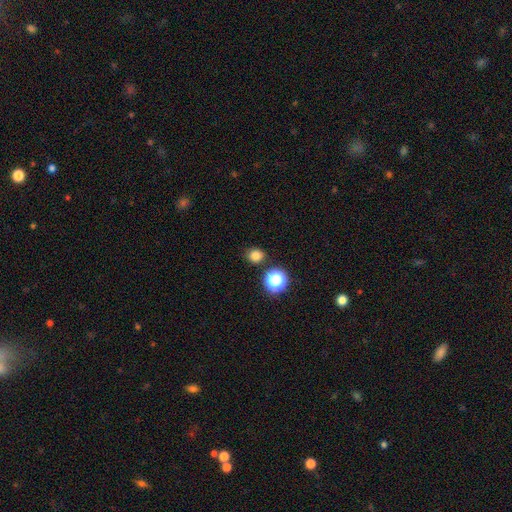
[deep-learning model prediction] Overall: smooth (78%). How rounded: round (80%). Merging: none (84%).